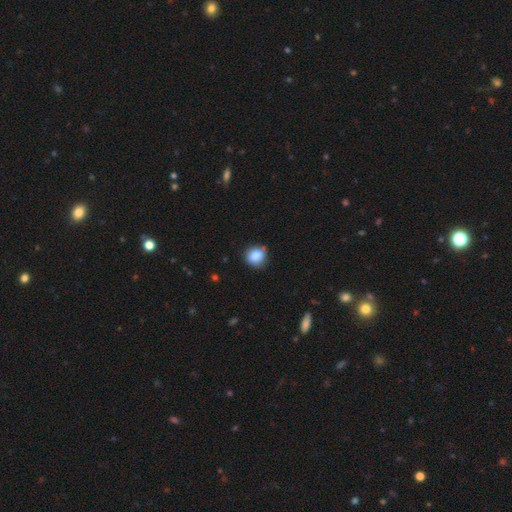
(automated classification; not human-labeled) Smooth or featured: smooth — 86% (star or artifact — 9%)
How rounded: round — 77% (in between — 22%)
Merging: none — 71% (minor disturbance — 23%)